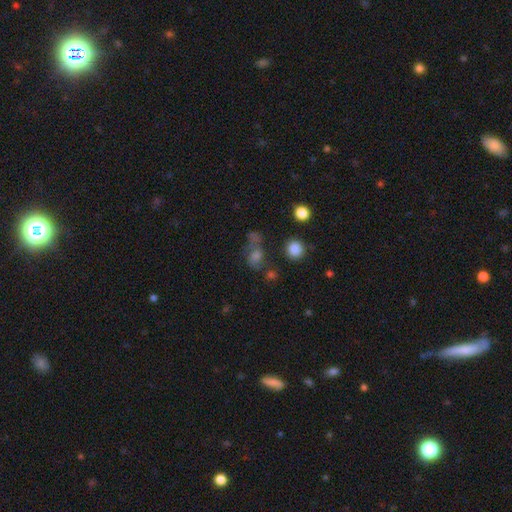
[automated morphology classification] Overall: smooth (55%; star or artifact 27%). How rounded: in between (52%; round 45%). Merging: none (45%; merger 20%).